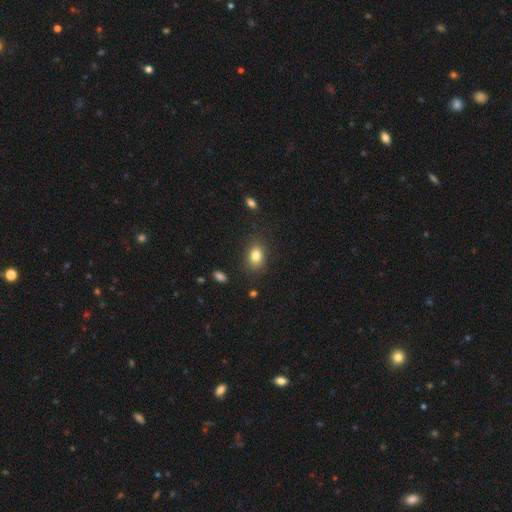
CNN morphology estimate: Smooth or featured? Predicted: smooth (p=0.82). How rounded? Predicted: in between (p=0.72). Merging? Predicted: none (p=0.83).